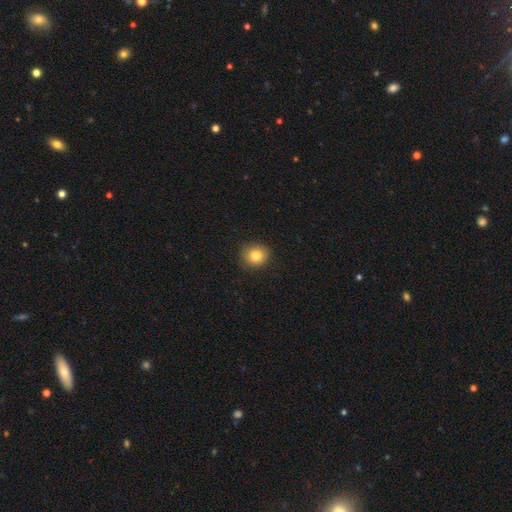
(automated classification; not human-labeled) This appears to be a smooth galaxy with no disk features (84%) that is round (82%). Merging: none (87%).